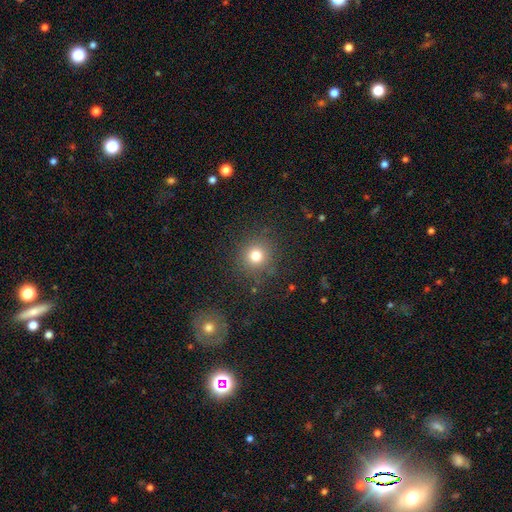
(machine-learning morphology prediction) Smooth or featured?
  - smooth: 78% *
  - star or artifact: 16%
  - featured or disk: 7%
How rounded?
  - round: 92% *
  - in between: 7%
  - cigar-shaped: 1%
Merging?
  - none: 87% *
  - minor disturbance: 8%
  - major disturbance: 4%
  - merger: 2%